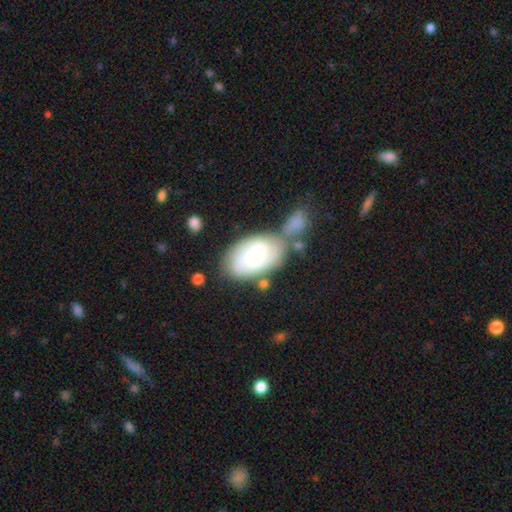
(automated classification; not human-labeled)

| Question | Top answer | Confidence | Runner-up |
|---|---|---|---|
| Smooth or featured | smooth | 49% | featured or disk (45%) |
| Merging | none | 50% | merger (24%) |